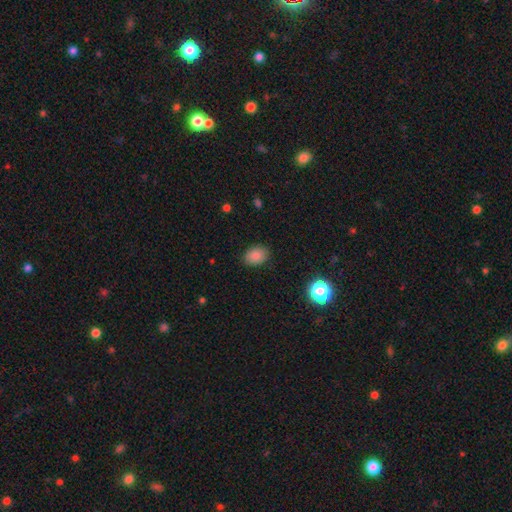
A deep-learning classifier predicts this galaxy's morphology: Smooth or featured? smooth (84%)
How rounded? in between (74%)
Merging? none (86%)